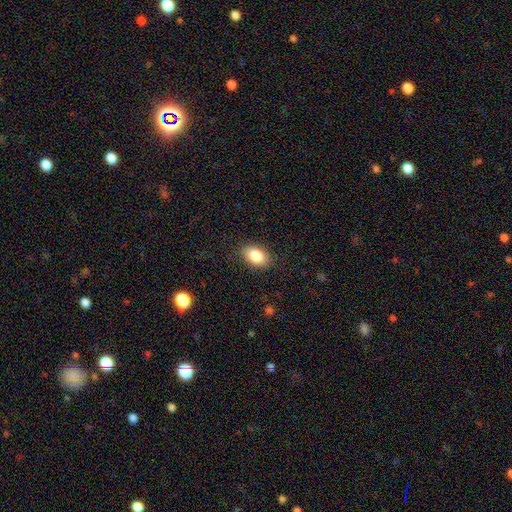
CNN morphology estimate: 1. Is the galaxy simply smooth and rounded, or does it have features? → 85% smooth, 8% star or artifact, 7% featured or disk.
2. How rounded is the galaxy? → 89% in between, 10% round, 1% cigar-shaped.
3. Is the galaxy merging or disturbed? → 87% none, 10% minor disturbance, 3% major disturbance, 1% merger.